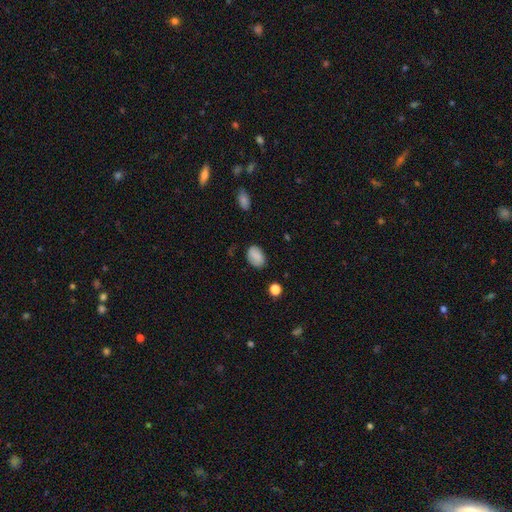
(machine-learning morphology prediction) smooth_or_featured: smooth (p=0.83) [alt: featured or disk p=0.09]
how_rounded: in between (p=0.80) [alt: round p=0.19]
merging: none (p=0.79) [alt: minor disturbance p=0.16]